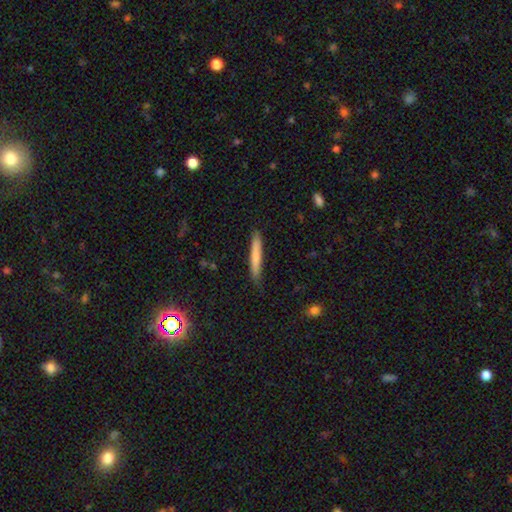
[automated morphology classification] This is likely a smooth galaxy (73%). How rounded: clearly cigar-shaped (95%). Merging: clearly none (83%).